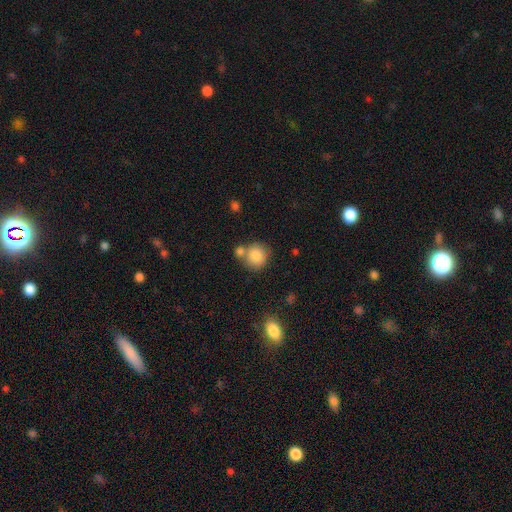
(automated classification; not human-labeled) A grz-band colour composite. It shows a smooth galaxy with no disk features (84%) that is round (89%). Merging: none (58%).